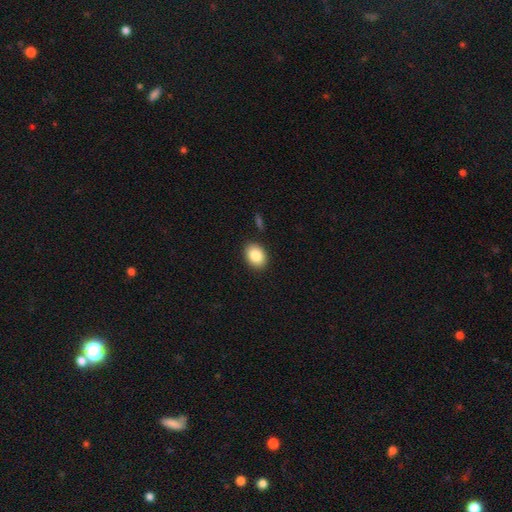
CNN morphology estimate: smooth-or-featured: smooth: 86% | star or artifact: 8% | featured or disk: 6%
  how-rounded: in between: 70% | round: 29% | cigar-shaped: 1%
  merging: none: 89% | minor disturbance: 8% | major disturbance: 2% | merger: 2%